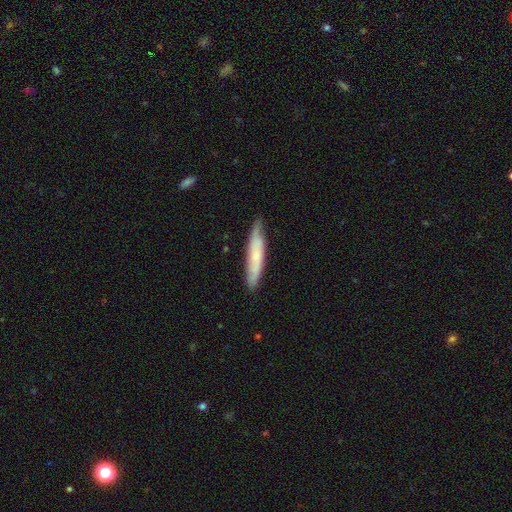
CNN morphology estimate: Smooth or featured: smooth — 53% (featured or disk — 41%)
How rounded: cigar-shaped — 88% (in between — 10%)
Merging: none — 79% (minor disturbance — 17%)